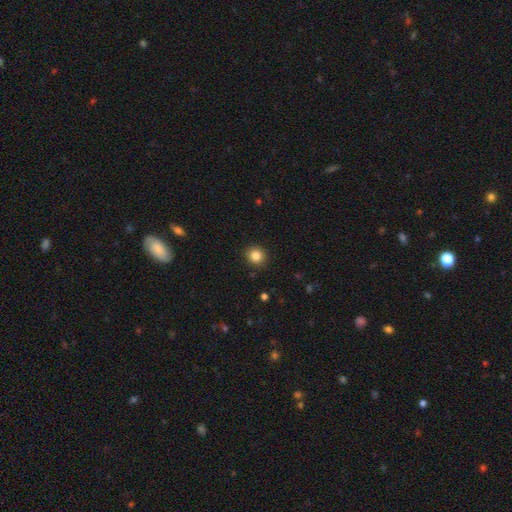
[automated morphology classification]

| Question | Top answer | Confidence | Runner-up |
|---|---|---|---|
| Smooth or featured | smooth | 85% | star or artifact (11%) |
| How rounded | round | 88% | in between (11%) |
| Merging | none | 90% | minor disturbance (7%) |